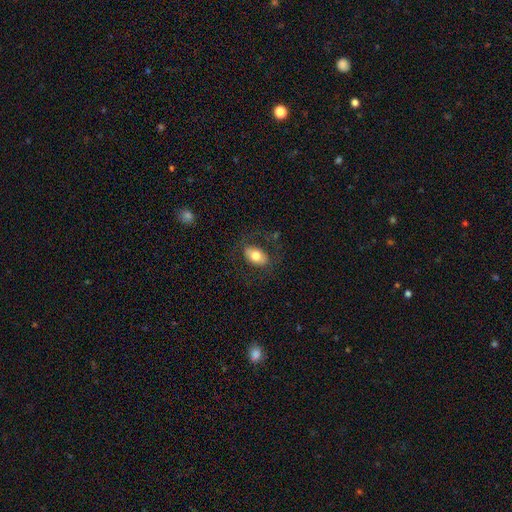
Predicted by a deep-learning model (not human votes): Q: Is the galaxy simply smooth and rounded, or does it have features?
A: smooth — 72%.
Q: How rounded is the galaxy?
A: in between — 85%.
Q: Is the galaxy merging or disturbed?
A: none — 77%.